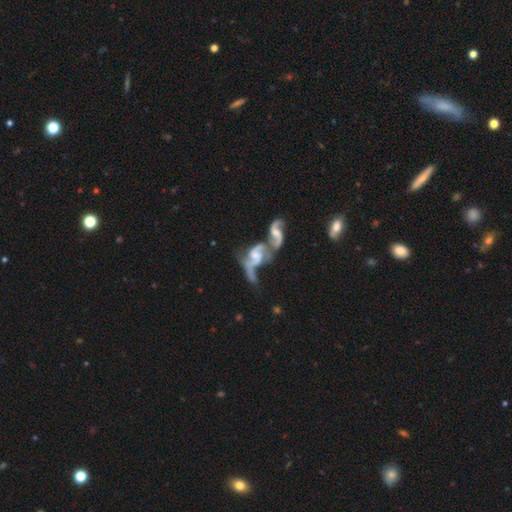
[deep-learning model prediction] A featured or disk galaxy (74%) with no bar (59%), spiral arms (74%) and a moderate central bulge (36%). Merging: merger (69%).